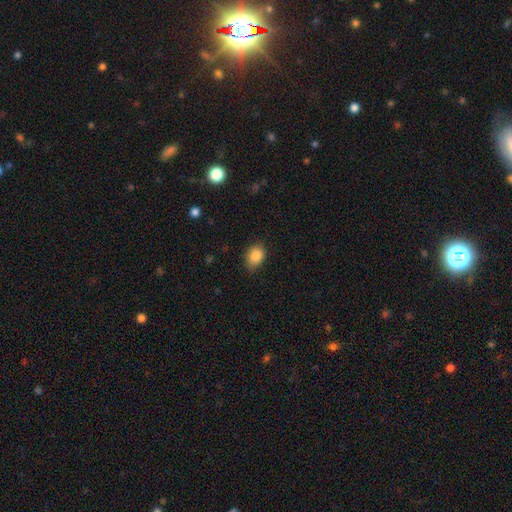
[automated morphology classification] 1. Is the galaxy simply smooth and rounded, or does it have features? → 87% smooth, 8% star or artifact, 4% featured or disk.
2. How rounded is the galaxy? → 67% in between, 32% round, 1% cigar-shaped.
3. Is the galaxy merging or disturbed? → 72% none, 23% minor disturbance, 4% major disturbance, 1% merger.